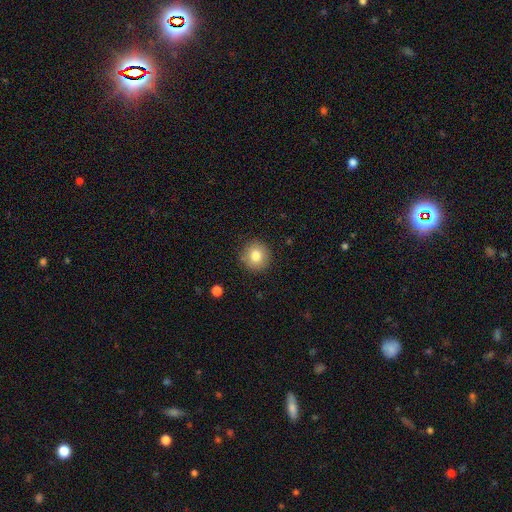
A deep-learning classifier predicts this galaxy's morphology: smooth-or-featured: smooth: 80% | featured or disk: 10% | star or artifact: 10%
  how-rounded: round: 93% | in between: 6% | cigar-shaped: 1%
  merging: none: 89% | minor disturbance: 8% | major disturbance: 2% | merger: 1%